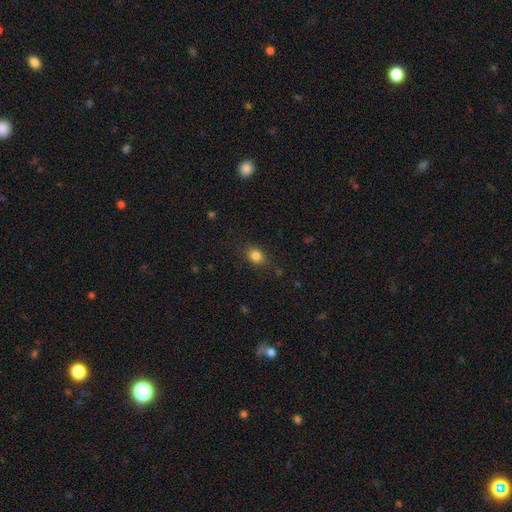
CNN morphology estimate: Smooth or featured? Predicted: smooth (p=0.83). How rounded? Predicted: round (p=0.53). Merging? Predicted: none (p=0.83).